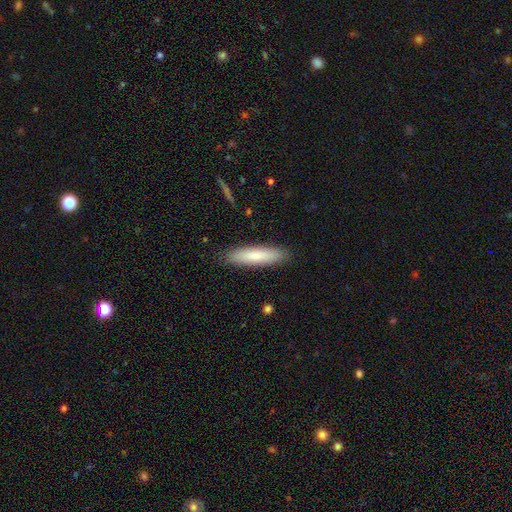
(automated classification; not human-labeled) Smooth or featured? smooth (78%)
How rounded? cigar-shaped (79%)
Merging? none (89%)